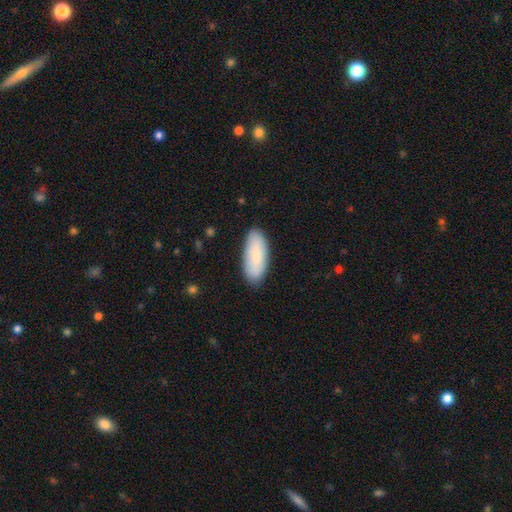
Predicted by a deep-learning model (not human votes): This appears to be a smooth galaxy with no disk features (85%) that is in between round and cigar-shaped (79%). Merging: none (85%).